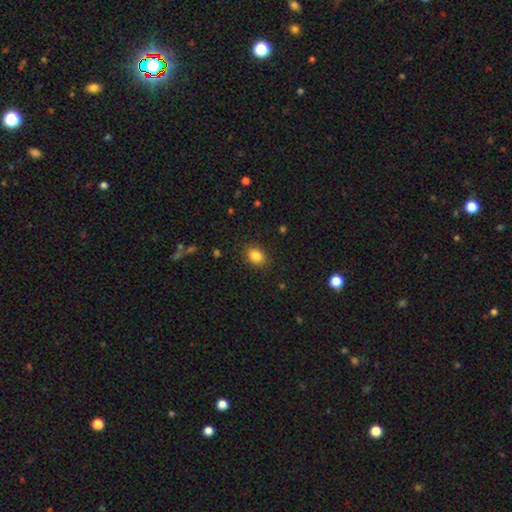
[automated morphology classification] Smooth or featured? Predicted: smooth (p=0.85). How rounded? Predicted: in between (p=0.59). Merging? Predicted: none (p=0.88).